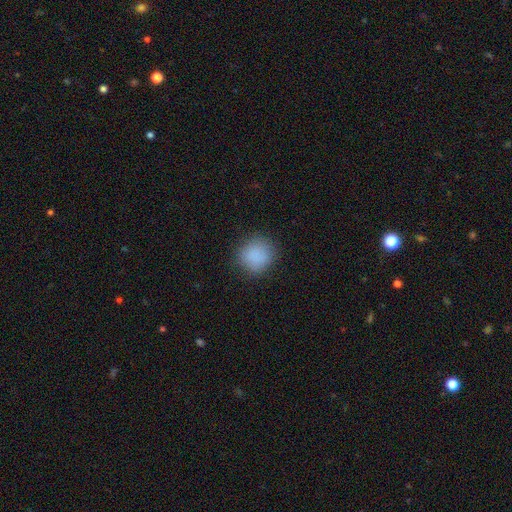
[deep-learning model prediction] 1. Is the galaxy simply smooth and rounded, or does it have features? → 86% smooth, 9% star or artifact, 4% featured or disk.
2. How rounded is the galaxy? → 86% round, 13% in between, 1% cigar-shaped.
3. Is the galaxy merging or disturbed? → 84% none, 12% minor disturbance, 4% major disturbance, 1% merger.